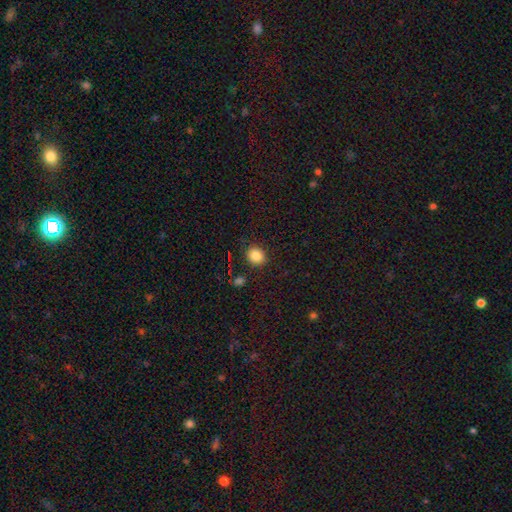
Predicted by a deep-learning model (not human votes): smooth 85%, star or artifact 10%, featured or disk 5%. Down the decision tree: how rounded — round (70%); merging — none (86%).